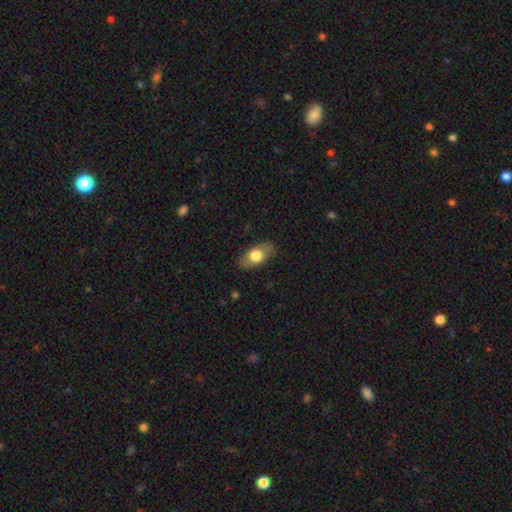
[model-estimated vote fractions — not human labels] A smooth galaxy with no disk features (67%) that is in between round and cigar-shaped (87%).

Vote fractions:
- Smooth or featured? smooth: 67% / featured or disk: 26% / star or artifact: 6%
- How rounded? in between: 87% / round: 9% / cigar-shaped: 4%
- Merging? none: 81% / minor disturbance: 14% / major disturbance: 4% / merger: 1%